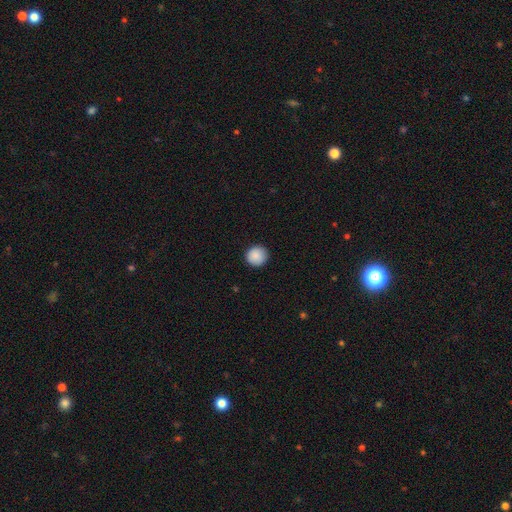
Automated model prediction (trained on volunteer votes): Smooth or featured: smooth — 88% (star or artifact — 8%)
How rounded: round — 94% (in between — 5%)
Merging: none — 91% (minor disturbance — 7%)